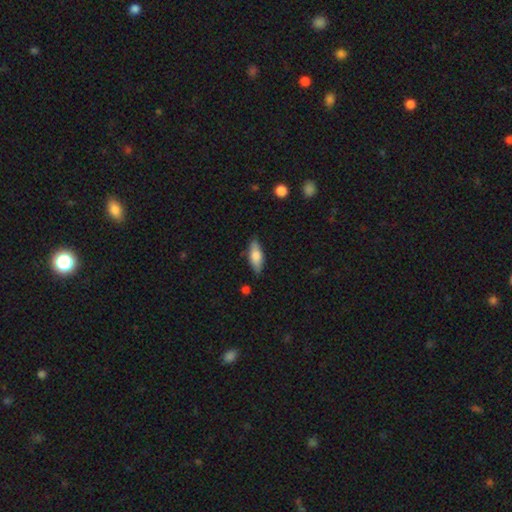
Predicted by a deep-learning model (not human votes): This appears to be a smooth galaxy with no disk features (70%) that is in between round and cigar-shaped (65%). Merging: none (82%).